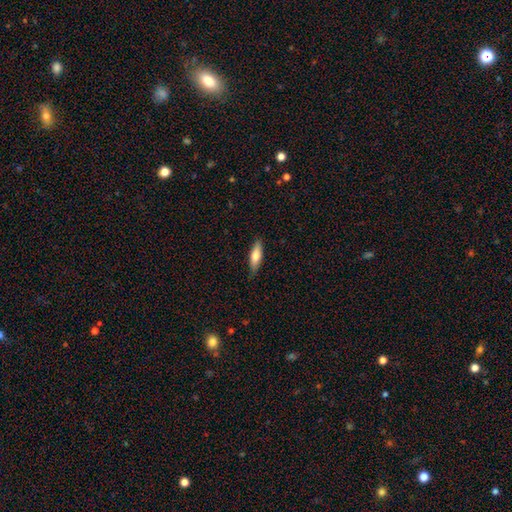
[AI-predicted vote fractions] This appears to be a smooth galaxy with no disk features (67%) that is cigar-shaped (51%). Merging: none (85%).